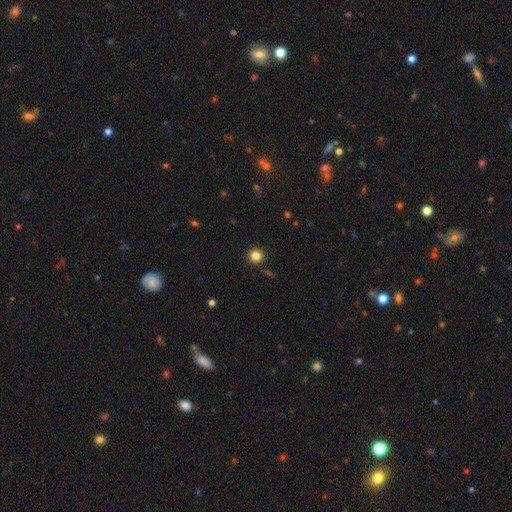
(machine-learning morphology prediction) This appears to be a smooth galaxy with no disk features (84%) that is round (95%). Merging: none (92%).